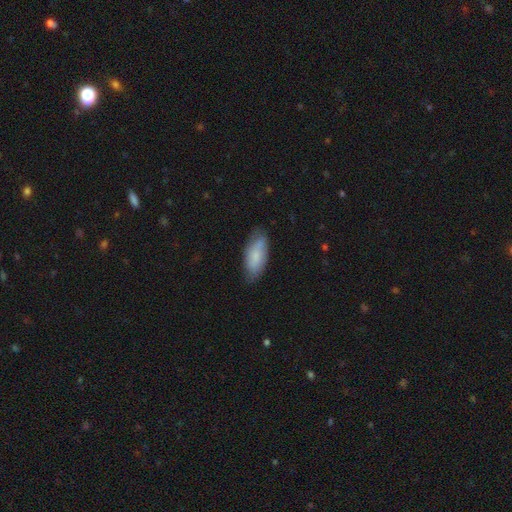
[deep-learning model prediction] smooth 75%, featured or disk 19%, star or artifact 6%. Down the decision tree: how rounded — in between (83%); merging — none (76%).